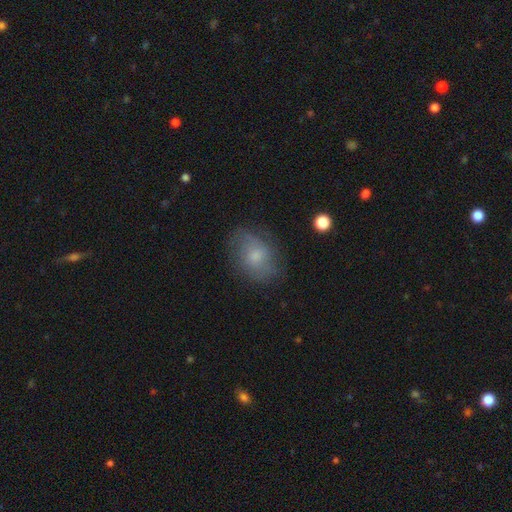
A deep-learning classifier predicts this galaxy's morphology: Smooth or featured?
  - smooth: 52% *
  - featured or disk: 38%
  - star or artifact: 9%
How rounded?
  - in between: 68% *
  - round: 31%
  - cigar-shaped: 1%
Merging?
  - none: 70% *
  - minor disturbance: 20%
  - major disturbance: 8%
  - merger: 1%